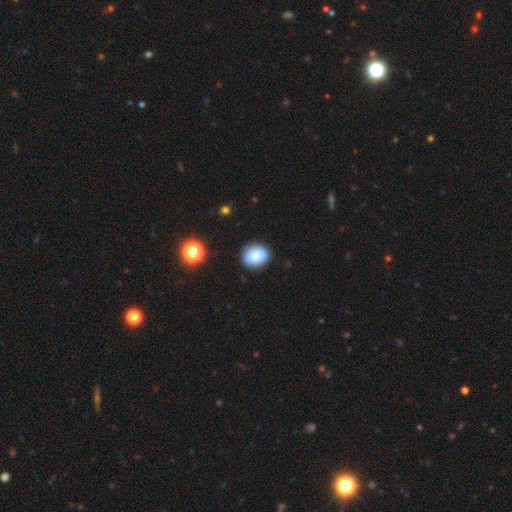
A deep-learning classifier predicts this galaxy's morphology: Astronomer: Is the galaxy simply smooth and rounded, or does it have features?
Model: smooth — 82%.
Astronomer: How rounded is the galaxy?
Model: round — 61% (runner-up: in between, 38%).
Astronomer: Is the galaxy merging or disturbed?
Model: none — 83%.